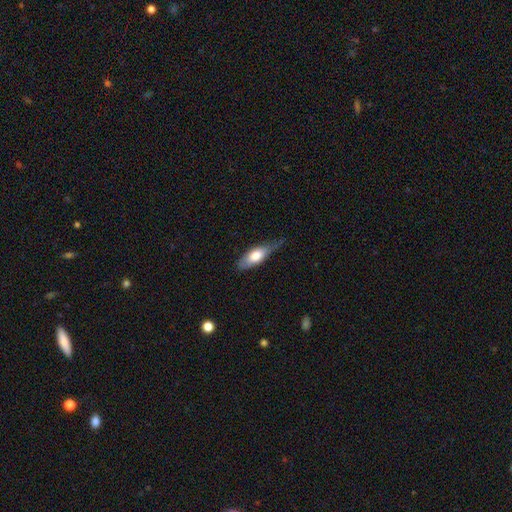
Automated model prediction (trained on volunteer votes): This appears to be a smooth galaxy with no disk features (65%) that is in between round and cigar-shaped (67%). Merging: none (44%).